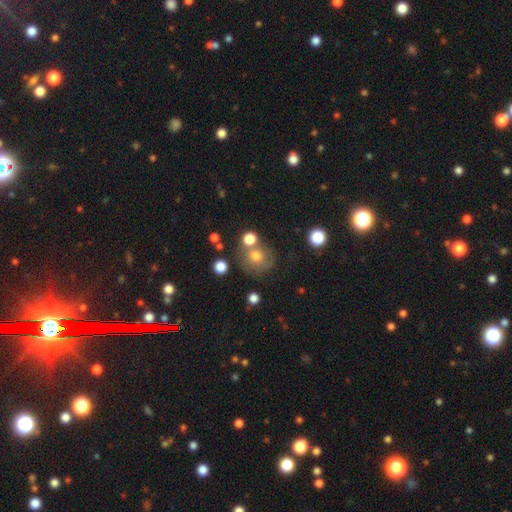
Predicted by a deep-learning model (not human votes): Smooth or featured? Predicted: smooth (p=0.70). How rounded? Predicted: round (p=0.85). Merging? Predicted: none (p=0.57).